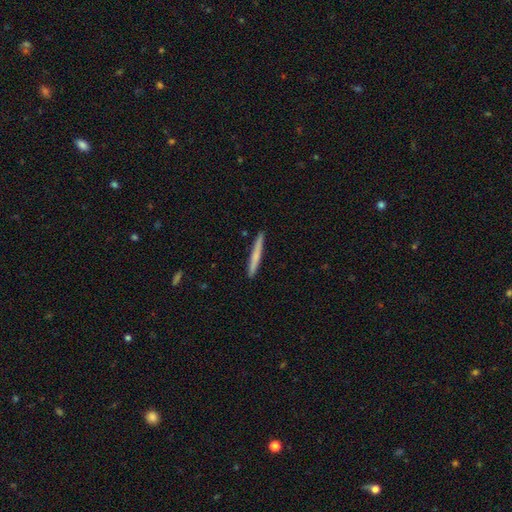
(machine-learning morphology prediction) Smooth or featured?
  - smooth: 60% *
  - featured or disk: 34%
  - star or artifact: 6%
How rounded?
  - cigar-shaped: 97% *
  - in between: 2%
  - round: 1%
Merging?
  - none: 92% *
  - minor disturbance: 6%
  - major disturbance: 1%
  - merger: 1%